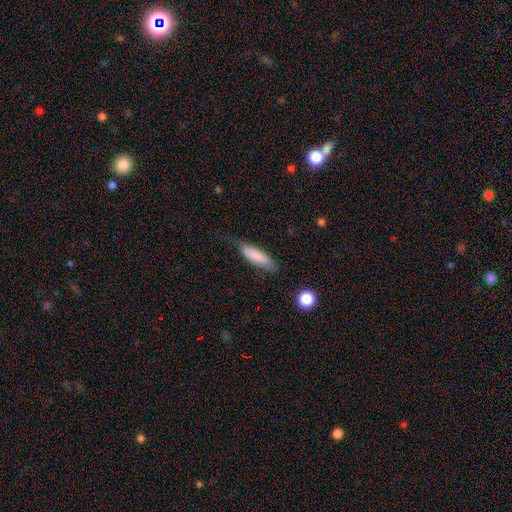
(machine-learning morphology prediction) A smooth galaxy with no disk features (82%) that is cigar-shaped (56%).

Vote fractions:
- Smooth or featured? smooth: 82% / featured or disk: 12% / star or artifact: 6%
- How rounded? cigar-shaped: 56% / in between: 42% / round: 2%
- Merging? none: 64% / minor disturbance: 25% / major disturbance: 9% / merger: 2%